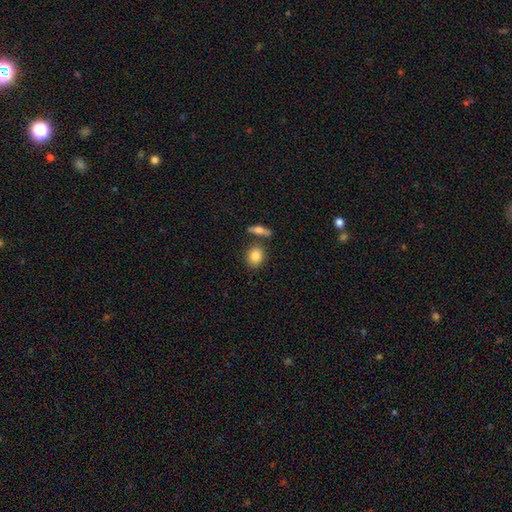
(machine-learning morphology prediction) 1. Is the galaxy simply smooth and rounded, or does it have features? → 83% smooth, 9% featured or disk, 7% star or artifact.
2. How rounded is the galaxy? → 62% round, 36% in between, 2% cigar-shaped.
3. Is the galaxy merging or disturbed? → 74% none, 13% merger, 10% minor disturbance, 3% major disturbance.